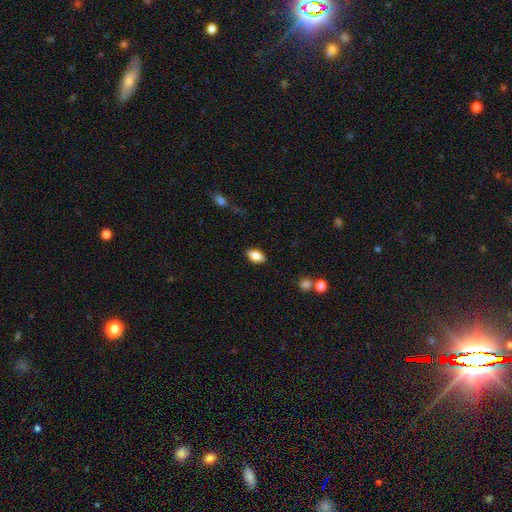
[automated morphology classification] Smooth or featured? Predicted: smooth (p=0.83). How rounded? Predicted: in between (p=0.89). Merging? Predicted: none (p=0.85).